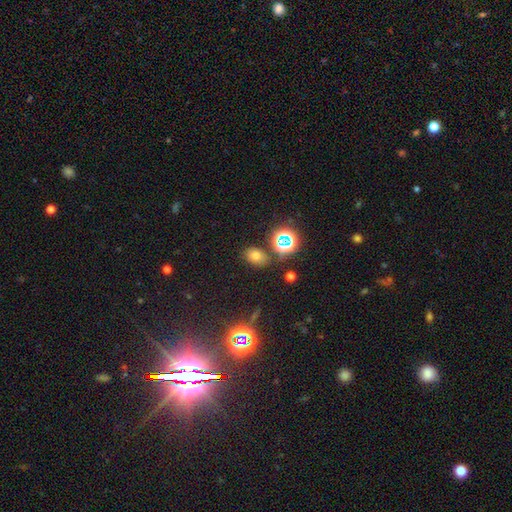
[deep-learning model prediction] smooth 63%, star or artifact 27%, featured or disk 10%. Down the decision tree: how rounded — in between (72%); merging — none (81%).